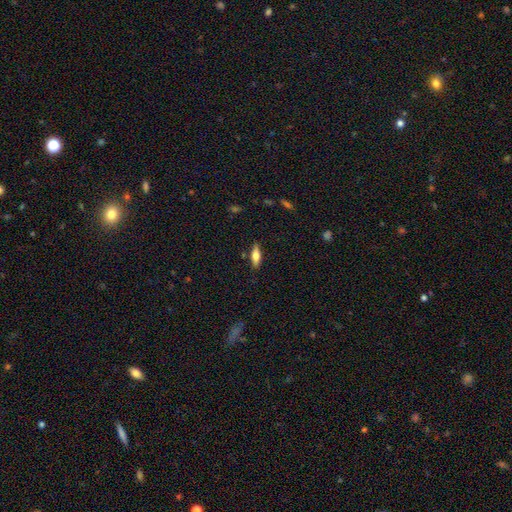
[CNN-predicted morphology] A smooth galaxy with no disk features (53%) that is in between round and cigar-shaped (52%). Merging: none (86%).